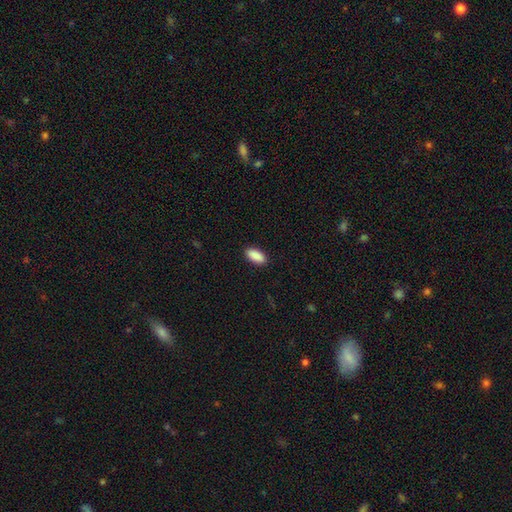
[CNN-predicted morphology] smooth 91%, star or artifact 6%, featured or disk 3%. Down the decision tree: how rounded — in between (89%); merging — none (90%).